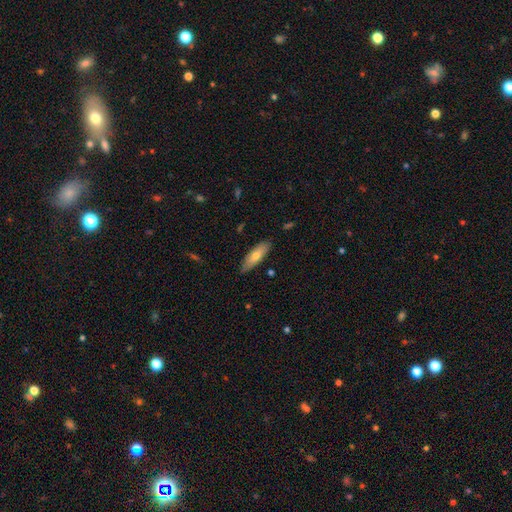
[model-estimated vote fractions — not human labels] This is likely a smooth galaxy (66%). How rounded: possibly cigar-shaped (49%, tied with in between). Merging: clearly none (83%).